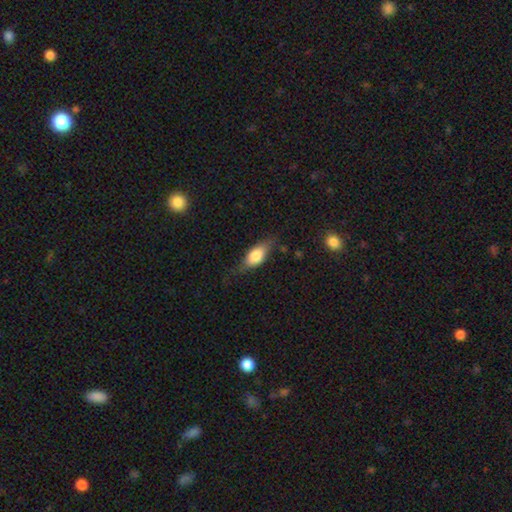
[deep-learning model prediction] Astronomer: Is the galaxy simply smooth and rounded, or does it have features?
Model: smooth — 70%.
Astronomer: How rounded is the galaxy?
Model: in between — 82%.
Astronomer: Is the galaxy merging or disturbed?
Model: none — 60%.